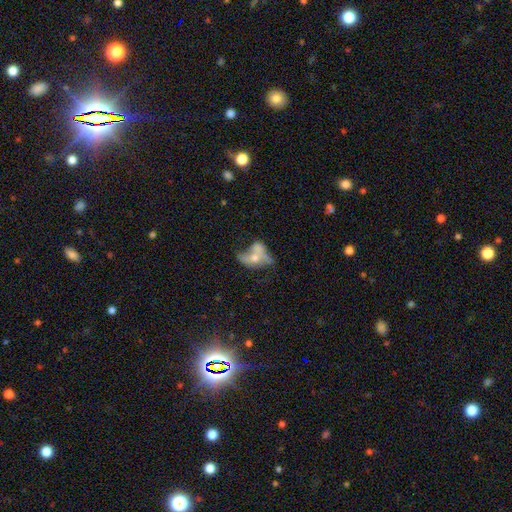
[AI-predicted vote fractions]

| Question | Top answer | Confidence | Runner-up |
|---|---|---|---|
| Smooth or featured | featured or disk | 53% | smooth (36%) |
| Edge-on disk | no | 87% | yes (13%) |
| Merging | merger | 40% | none (24%) |